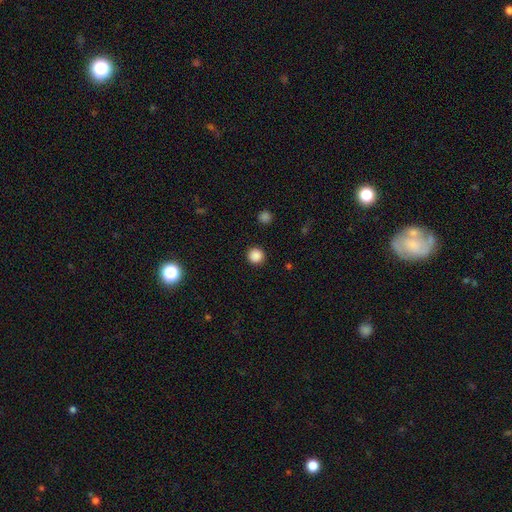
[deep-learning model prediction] This is clearly a smooth galaxy (87%). How rounded: clearly round (95%). Merging: clearly none (92%).